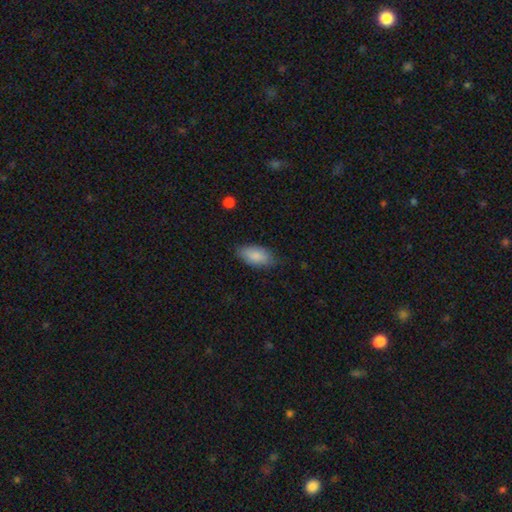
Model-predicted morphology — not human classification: Smooth or featured: smooth — 85% (featured or disk — 9%)
How rounded: in between — 90% (cigar-shaped — 7%)
Merging: none — 77% (minor disturbance — 19%)